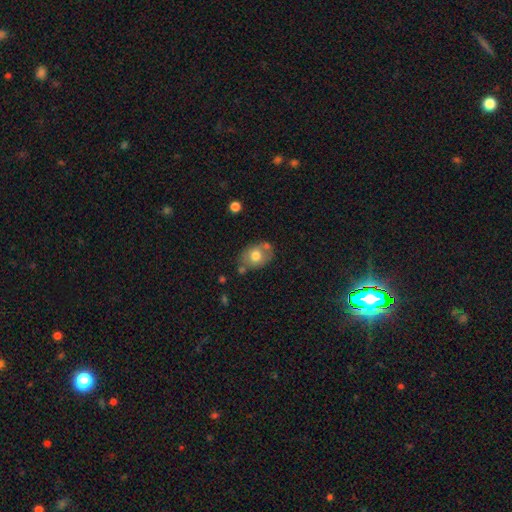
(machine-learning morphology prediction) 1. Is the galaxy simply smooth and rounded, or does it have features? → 69% smooth, 23% featured or disk, 8% star or artifact.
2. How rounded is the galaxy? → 66% in between, 33% round, 1% cigar-shaped.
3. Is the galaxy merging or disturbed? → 62% none, 19% minor disturbance, 14% merger, 5% major disturbance.